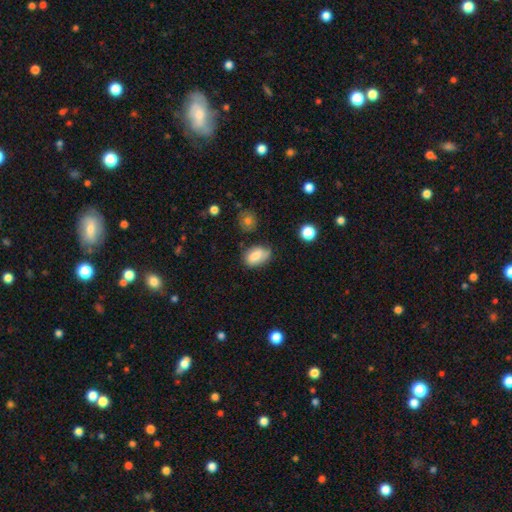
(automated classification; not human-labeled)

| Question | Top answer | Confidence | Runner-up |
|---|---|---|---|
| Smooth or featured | smooth | 78% | featured or disk (14%) |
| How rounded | in between | 89% | round (9%) |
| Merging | none | 60% | minor disturbance (29%) |